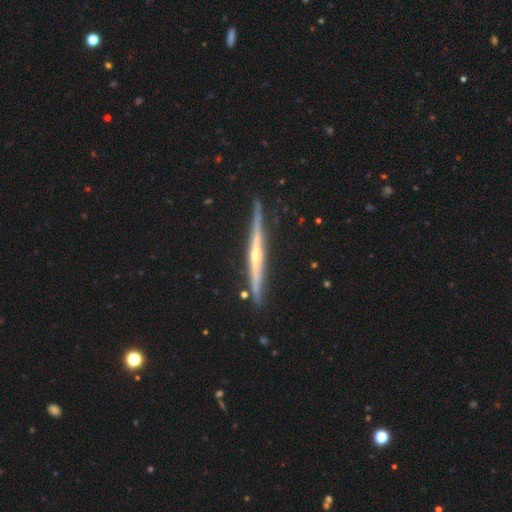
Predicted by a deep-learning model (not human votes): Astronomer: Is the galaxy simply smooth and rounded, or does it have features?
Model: featured or disk — 84%.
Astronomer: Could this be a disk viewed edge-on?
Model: yes — 98%.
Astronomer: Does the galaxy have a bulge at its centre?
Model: rounded — 75%.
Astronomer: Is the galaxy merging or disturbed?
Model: none — 88%.